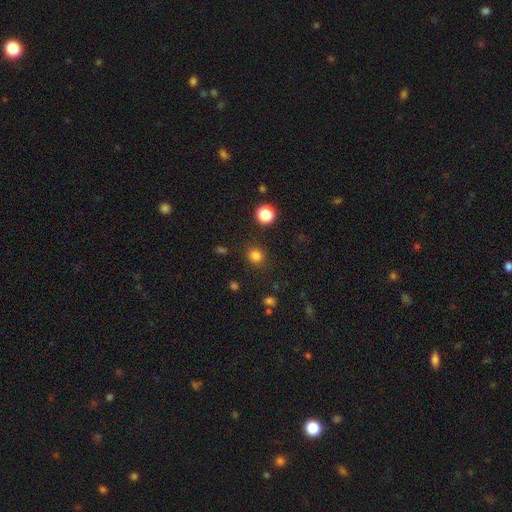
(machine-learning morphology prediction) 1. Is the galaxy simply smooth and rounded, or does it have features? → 81% smooth, 15% star or artifact, 4% featured or disk.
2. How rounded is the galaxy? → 85% round, 14% in between, 1% cigar-shaped.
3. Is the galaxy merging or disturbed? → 87% none, 8% minor disturbance, 3% major disturbance, 2% merger.